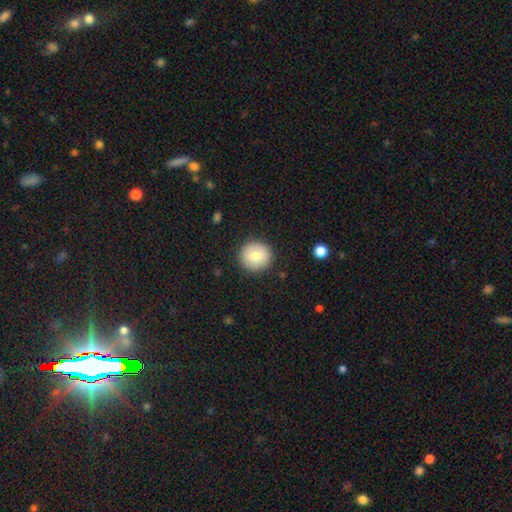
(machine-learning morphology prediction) This is likely a smooth galaxy (76%). How rounded: clearly round (93%). Merging: clearly none (90%).